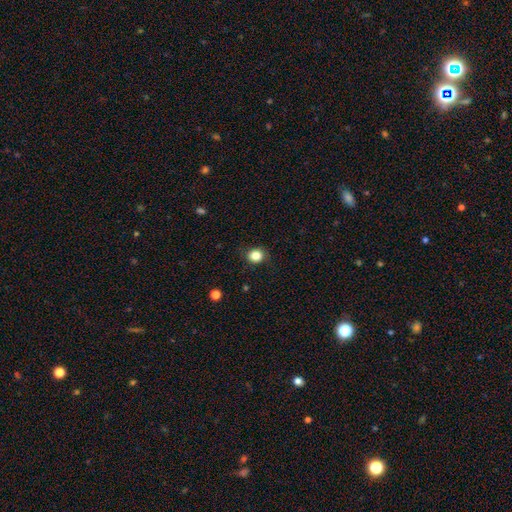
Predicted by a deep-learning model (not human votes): A smooth galaxy with no disk features (84%) that is round (78%).

Vote fractions:
- Smooth or featured? smooth: 84% / star or artifact: 11% / featured or disk: 5%
- How rounded? round: 78% / in between: 21% / cigar-shaped: 1%
- Merging? none: 86% / minor disturbance: 10% / major disturbance: 3% / merger: 1%